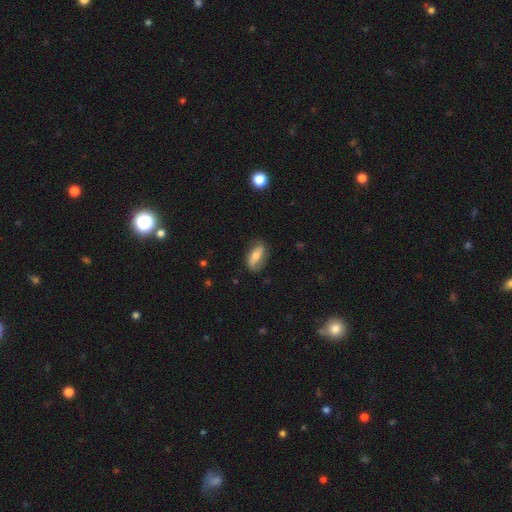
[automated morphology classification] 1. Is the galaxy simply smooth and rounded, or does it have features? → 48% smooth, 45% featured or disk, 7% star or artifact.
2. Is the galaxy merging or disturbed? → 70% none, 21% minor disturbance, 7% major disturbance, 2% merger.